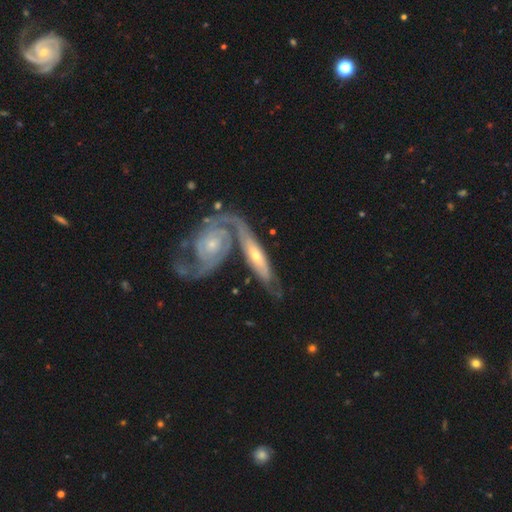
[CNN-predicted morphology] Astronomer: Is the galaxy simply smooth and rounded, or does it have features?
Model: featured or disk — 78%.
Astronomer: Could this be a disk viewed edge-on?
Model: no — 76%.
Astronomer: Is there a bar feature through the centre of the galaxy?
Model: no — 61%.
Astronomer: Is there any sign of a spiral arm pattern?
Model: yes — 90%.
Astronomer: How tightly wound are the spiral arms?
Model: tight — 57% (runner-up: medium, 33%).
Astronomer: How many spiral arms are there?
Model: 2 — 70%.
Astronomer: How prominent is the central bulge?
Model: small — 57% (runner-up: moderate, 37%).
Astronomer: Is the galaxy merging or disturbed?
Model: none — 44% (runner-up: merger, 34%).